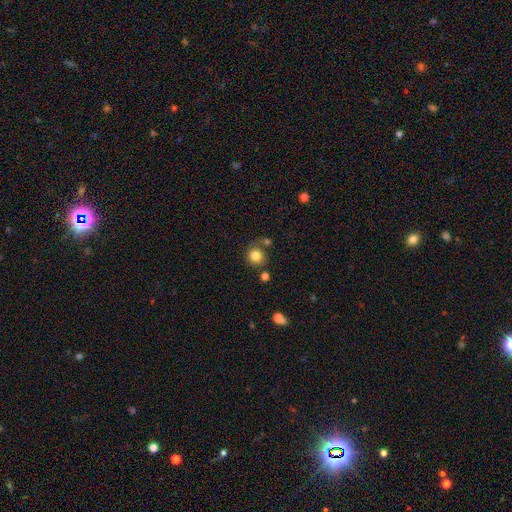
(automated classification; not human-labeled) A smooth galaxy with no disk features (82%) that is round (88%).

Vote fractions:
- Smooth or featured? smooth: 82% / star or artifact: 11% / featured or disk: 7%
- How rounded? round: 88% / in between: 11% / cigar-shaped: 1%
- Merging? none: 67% / merger: 14% / minor disturbance: 13% / major disturbance: 6%